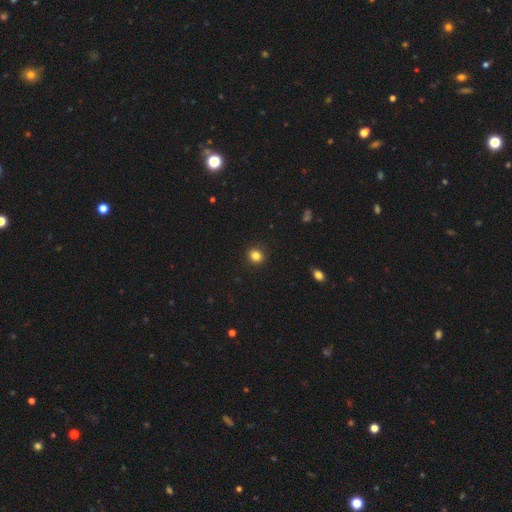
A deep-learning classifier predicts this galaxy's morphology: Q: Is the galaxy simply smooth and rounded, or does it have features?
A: smooth — 83%.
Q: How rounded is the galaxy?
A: round — 77%.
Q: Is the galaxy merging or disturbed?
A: none — 90%.